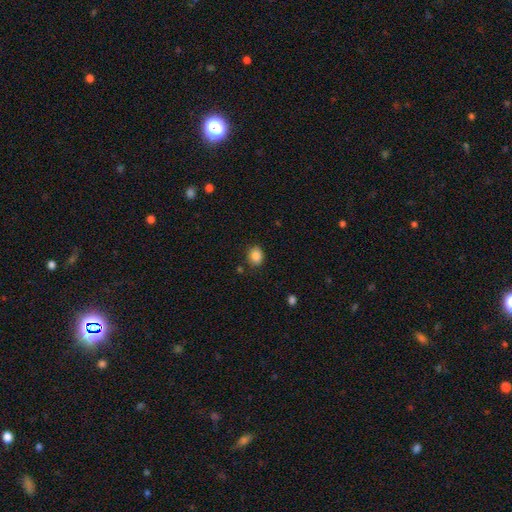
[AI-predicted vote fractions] Smooth or featured?
  - smooth: 87% *
  - star or artifact: 9%
  - featured or disk: 4%
How rounded?
  - round: 55% *
  - in between: 44%
  - cigar-shaped: 1%
Merging?
  - none: 85% *
  - minor disturbance: 10%
  - major disturbance: 3%
  - merger: 2%